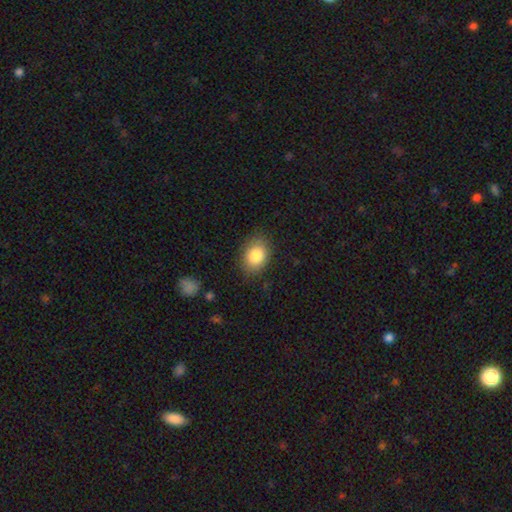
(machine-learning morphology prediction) smooth 84%, star or artifact 8%, featured or disk 8%. Down the decision tree: how rounded — in between (71%); merging — none (83%).